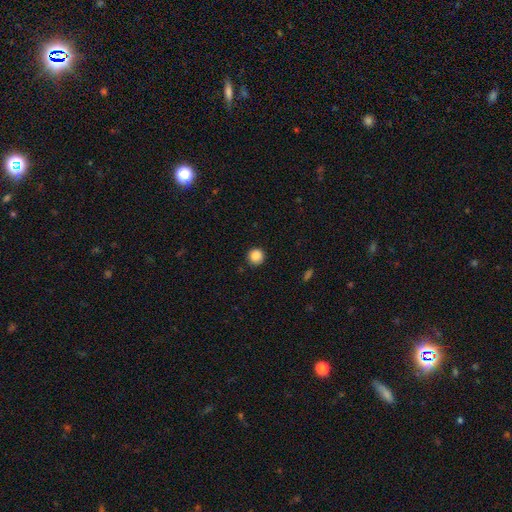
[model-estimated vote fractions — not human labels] smooth-or-featured: smooth: 87% | star or artifact: 10% | featured or disk: 3%
  how-rounded: round: 95% | in between: 4% | cigar-shaped: 1%
  merging: none: 90% | minor disturbance: 7% | major disturbance: 2% | merger: 1%